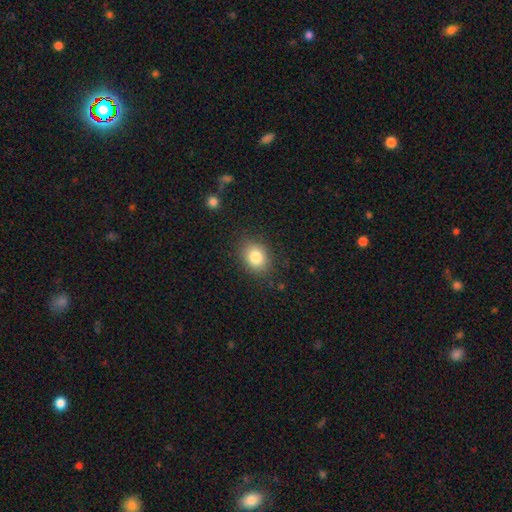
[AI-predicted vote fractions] smooth 82%, star or artifact 11%, featured or disk 7%. Down the decision tree: how rounded — in between (51%); merging — none (86%).